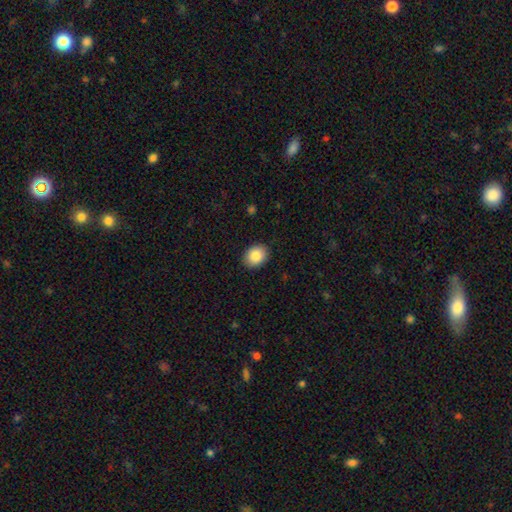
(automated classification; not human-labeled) smooth 86%, star or artifact 8%, featured or disk 6%. Down the decision tree: how rounded — in between (58%); merging — none (89%).